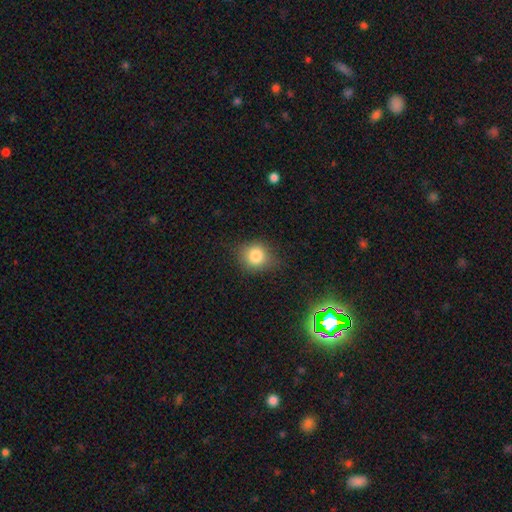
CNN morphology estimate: A smooth galaxy with no disk features (81%) that is round (74%).

Vote fractions:
- Smooth or featured? smooth: 81% / star or artifact: 11% / featured or disk: 8%
- How rounded? round: 74% / in between: 24% / cigar-shaped: 1%
- Merging? none: 75% / minor disturbance: 19% / major disturbance: 5% / merger: 1%